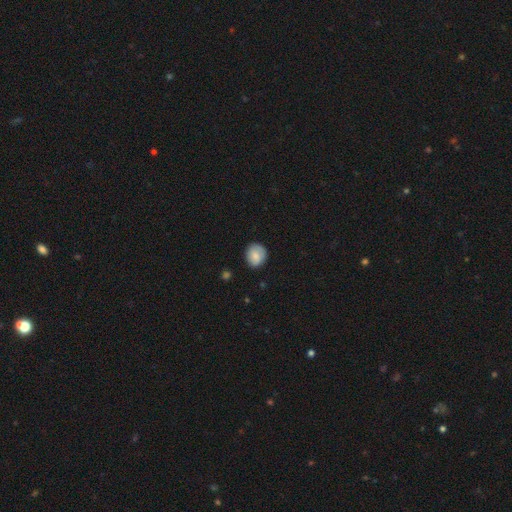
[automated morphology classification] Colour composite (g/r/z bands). It shows a smooth galaxy with no disk features (81%) that is round (76%). Merging: none (80%).